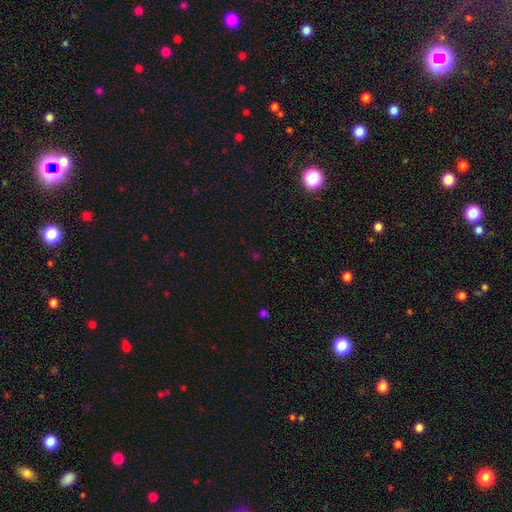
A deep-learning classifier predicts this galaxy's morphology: This is possibly a star or artifact rather than a galaxy (59%).